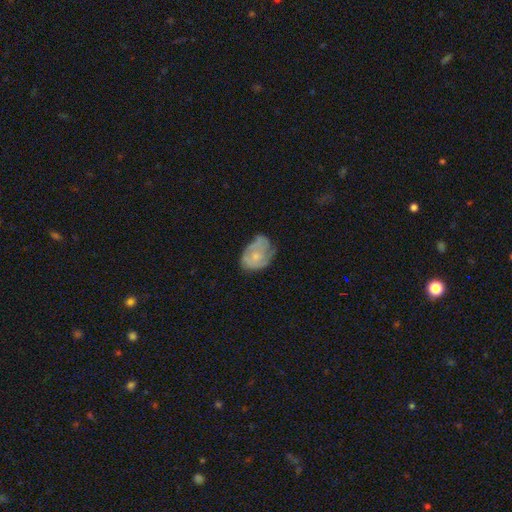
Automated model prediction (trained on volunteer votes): A featured or disk galaxy (55%) with no bar (83%), spiral arms (65%) and a small central bulge (56%). Merging: none (43%).